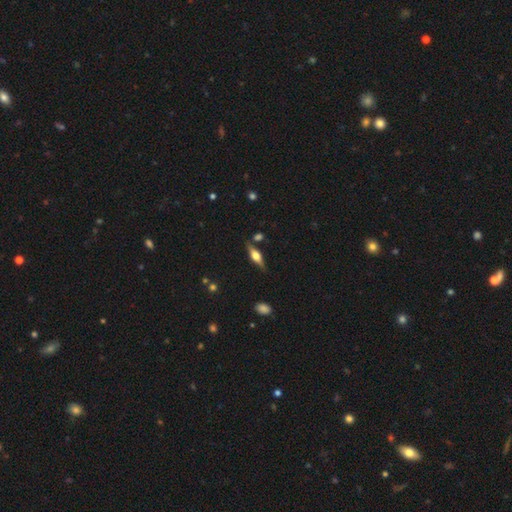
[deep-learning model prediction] Morphology: type=featured or disk (64%); edge-on=yes (95%); edge-on bulge=rounded (90%); merging=none (80%).